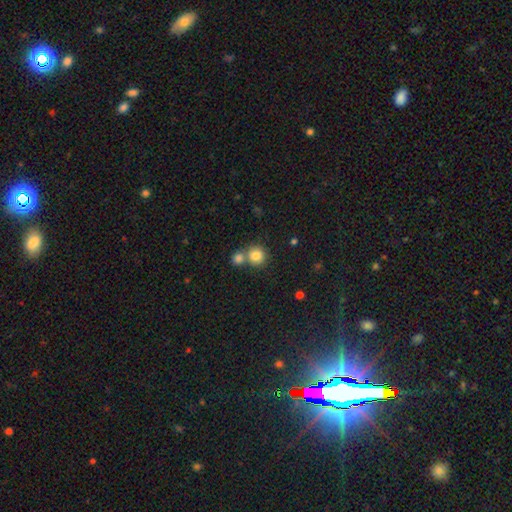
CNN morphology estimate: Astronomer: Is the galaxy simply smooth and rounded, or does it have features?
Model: smooth — 83%.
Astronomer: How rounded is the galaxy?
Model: round — 88%.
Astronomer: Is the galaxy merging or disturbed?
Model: none — 53% (runner-up: merger, 38%).